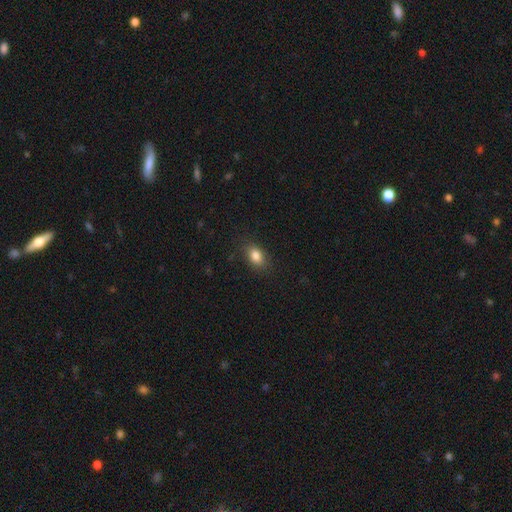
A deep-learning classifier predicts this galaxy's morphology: Overall: smooth (84%). How rounded: in between (81%). Merging: none (84%).